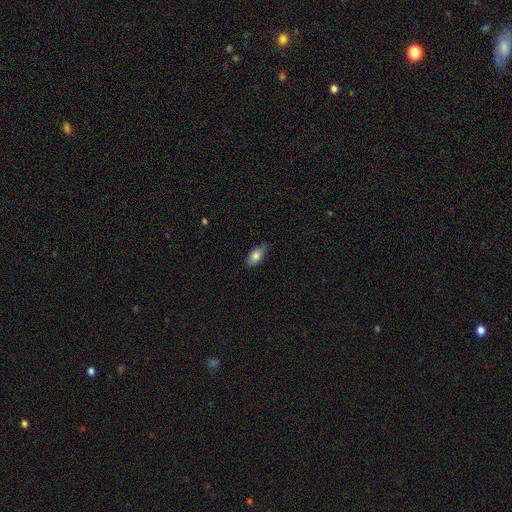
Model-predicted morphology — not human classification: smooth_or_featured: smooth (p=0.82) [alt: featured or disk p=0.11]
how_rounded: in between (p=0.90) [alt: cigar-shaped p=0.06]
merging: none (p=0.75) [alt: minor disturbance p=0.21]